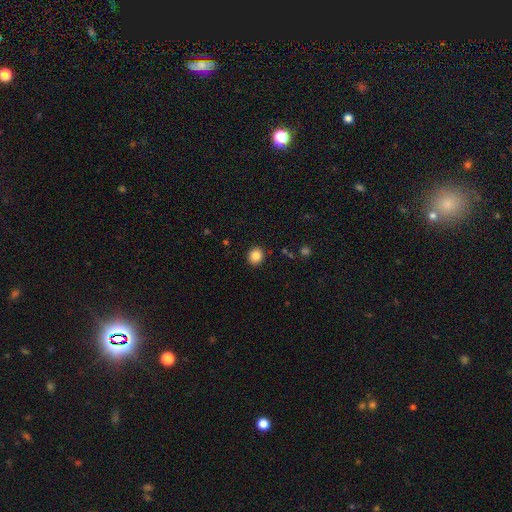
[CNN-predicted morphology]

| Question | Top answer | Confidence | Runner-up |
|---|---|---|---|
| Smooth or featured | smooth | 85% | star or artifact (10%) |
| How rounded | round | 83% | in between (16%) |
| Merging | none | 91% | minor disturbance (6%) |